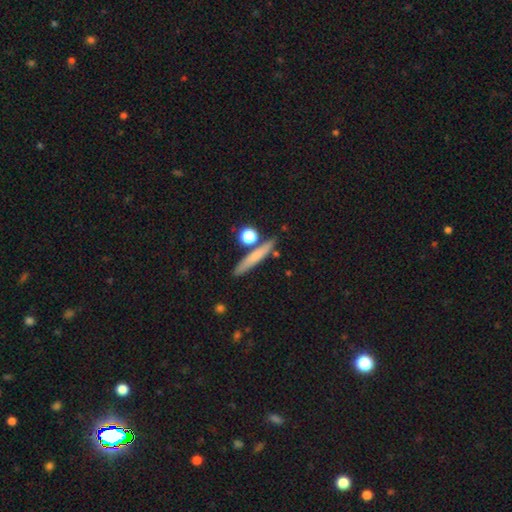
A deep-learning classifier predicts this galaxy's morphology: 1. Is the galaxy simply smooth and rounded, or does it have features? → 65% smooth, 27% featured or disk, 8% star or artifact.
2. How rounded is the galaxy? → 86% cigar-shaped, 7% in between, 7% round.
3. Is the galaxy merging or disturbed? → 80% none, 10% minor disturbance, 8% merger, 3% major disturbance.